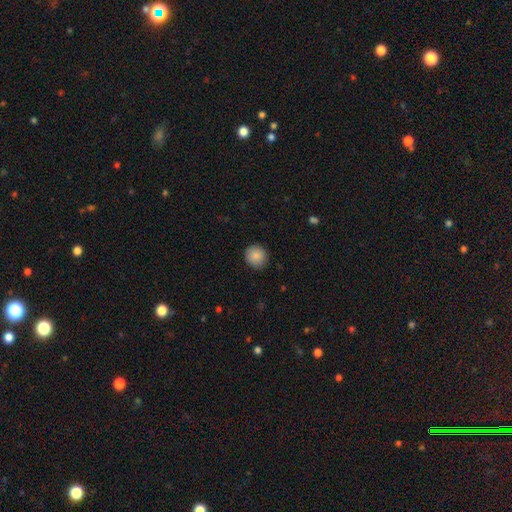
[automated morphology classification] Q: Smooth or featured?
A: smooth (87%); runner-up: star or artifact (8%)
Q: How rounded?
A: round (91%); runner-up: in between (8%)
Q: Merging?
A: none (90%); runner-up: minor disturbance (8%)